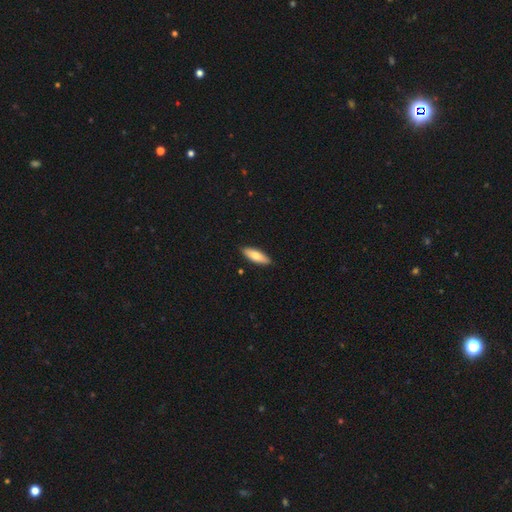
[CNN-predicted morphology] A smooth galaxy with no disk features (78%) that is in between round and cigar-shaped (59%). Merging: none (89%).